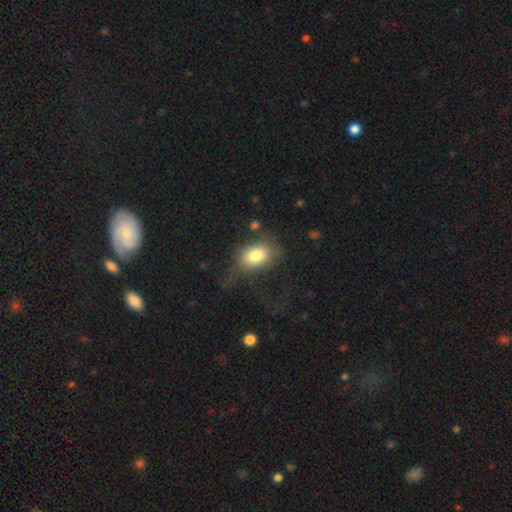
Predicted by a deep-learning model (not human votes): Smooth or featured? smooth (78%)
How rounded? in between (78%)
Merging? none (45%)